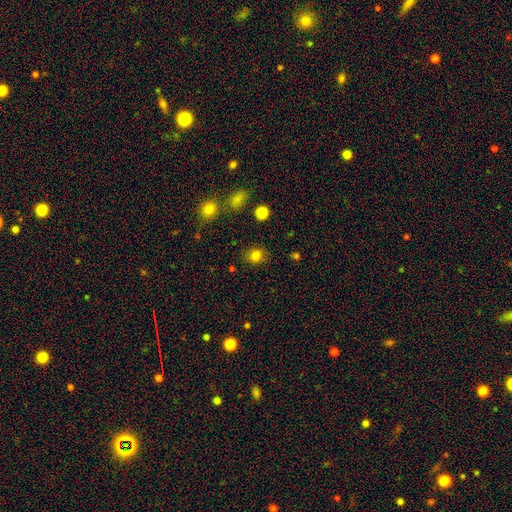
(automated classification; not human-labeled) Morphology: type=smooth (82%); roundness=round (78%); merging=none (86%).